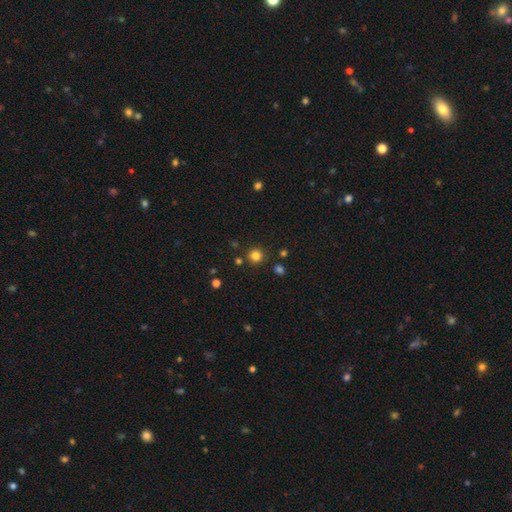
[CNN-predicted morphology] Overall: smooth (81%). How rounded: round (93%). Merging: none (87%).